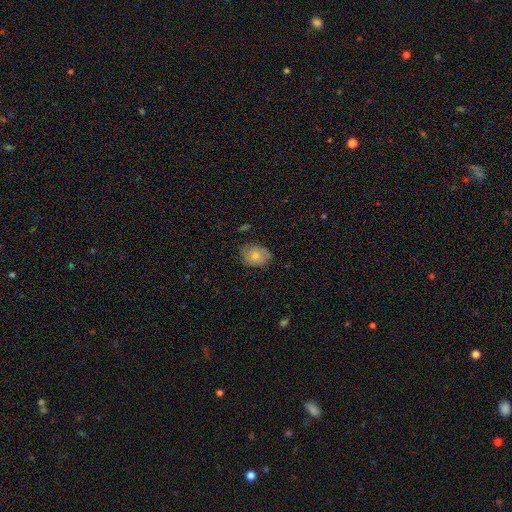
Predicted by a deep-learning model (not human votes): The model was most divided on "how rounded": in between: 65%, round: 34%, cigar-shaped: 1%. More confident: smooth or featured — smooth (77%); merging — none (75%).